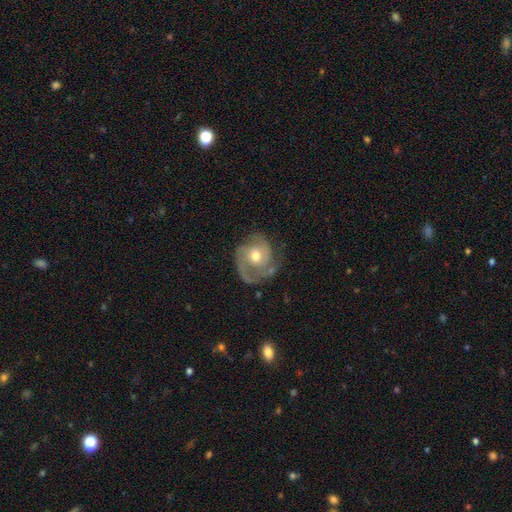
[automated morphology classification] Smooth or featured?
  - featured or disk: 78% *
  - smooth: 16%
  - star or artifact: 6%
Edge-on disk?
  - no: 97% *
  - yes: 3%
Bar?
  - no: 70% *
  - weak: 25%
  - strong: 5%
Spiral arms?
  - yes: 91% *
  - no: 9%
Spiral winding?
  - tight: 45% *
  - medium: 40%
  - loose: 16%
Spiral arm count?
  - 2: 57% *
  - can't tell: 14%
  - 1: 13%
  - 3: 11%
  - 4: 3%
  - more than 4: 2%
Bulge size?
  - moderate: 73% *
  - small: 20%
  - large: 5%
  - none: 1%
  - dominant: 1%
Merging?
  - none: 61% *
  - minor disturbance: 23%
  - major disturbance: 14%
  - merger: 3%